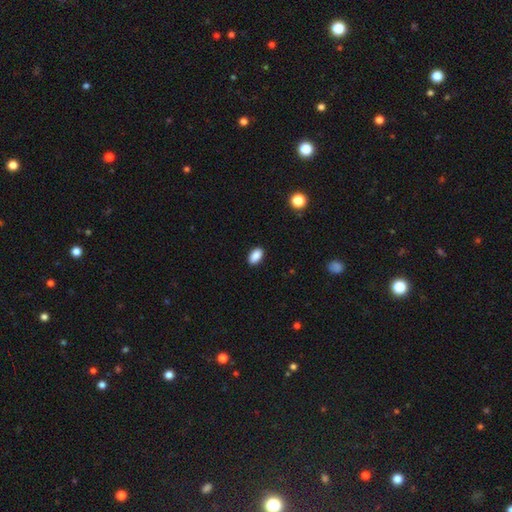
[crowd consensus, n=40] A smooth galaxy with no disk features (90%) that is in between round and cigar-shaped (94%). Merging: none (83%).